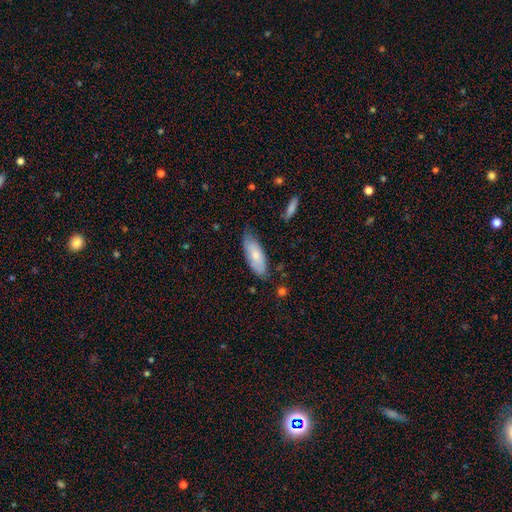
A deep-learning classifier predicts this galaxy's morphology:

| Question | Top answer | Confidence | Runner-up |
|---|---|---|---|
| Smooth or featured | smooth | 70% | featured or disk (24%) |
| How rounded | in between | 74% | cigar-shaped (24%) |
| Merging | none | 71% | minor disturbance (24%) |